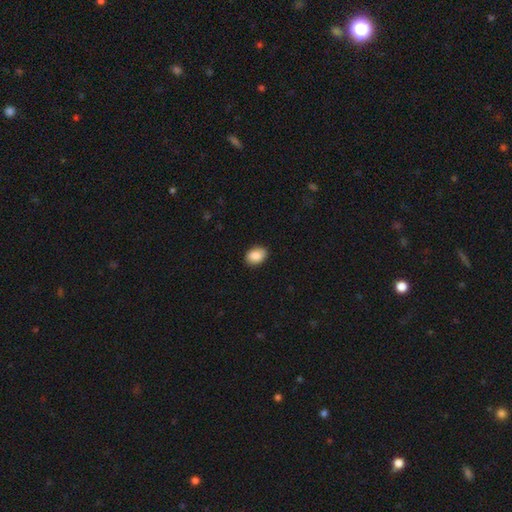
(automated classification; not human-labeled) smooth 88%, star or artifact 7%, featured or disk 5%. Down the decision tree: how rounded — in between (78%); merging — none (87%).